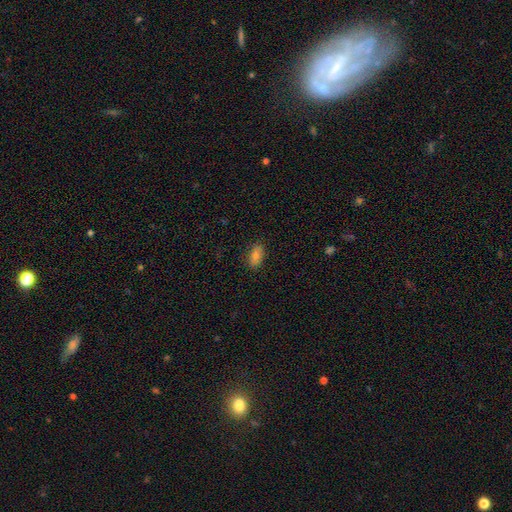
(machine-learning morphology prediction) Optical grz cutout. It shows a smooth galaxy with no disk features (75%) that is in between round and cigar-shaped (89%). Merging: none (86%).